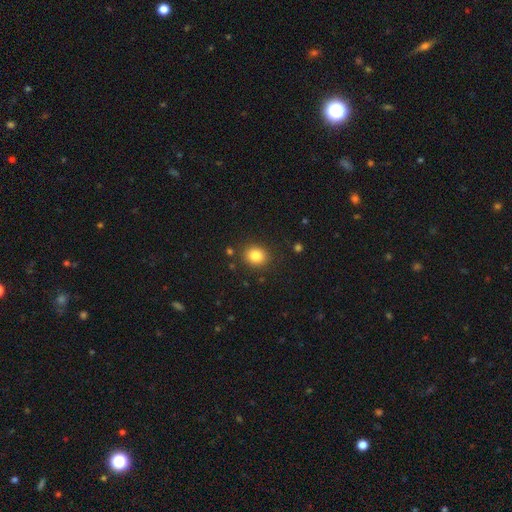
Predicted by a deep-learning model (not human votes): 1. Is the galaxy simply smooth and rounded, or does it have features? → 83% smooth, 11% star or artifact, 6% featured or disk.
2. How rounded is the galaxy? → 66% round, 33% in between, 1% cigar-shaped.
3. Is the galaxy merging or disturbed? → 87% none, 8% minor disturbance, 3% major disturbance, 2% merger.